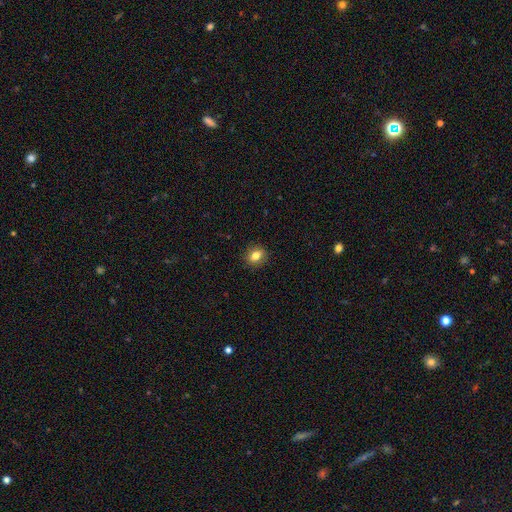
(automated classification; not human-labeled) Smooth or featured?
  - smooth: 81% *
  - star or artifact: 10%
  - featured or disk: 9%
How rounded?
  - round: 50% *
  - in between: 48%
  - cigar-shaped: 2%
Merging?
  - none: 89% *
  - minor disturbance: 8%
  - major disturbance: 2%
  - merger: 1%